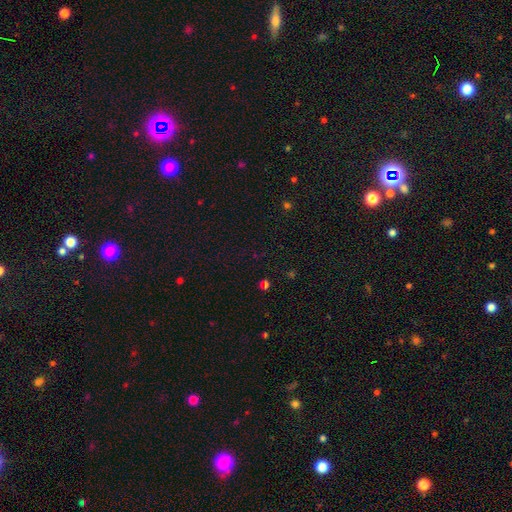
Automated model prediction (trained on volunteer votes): A star or artifact, not a galaxy (60%).

Vote fractions:
- Smooth or featured? star or artifact: 60% / smooth: 34% / featured or disk: 7%